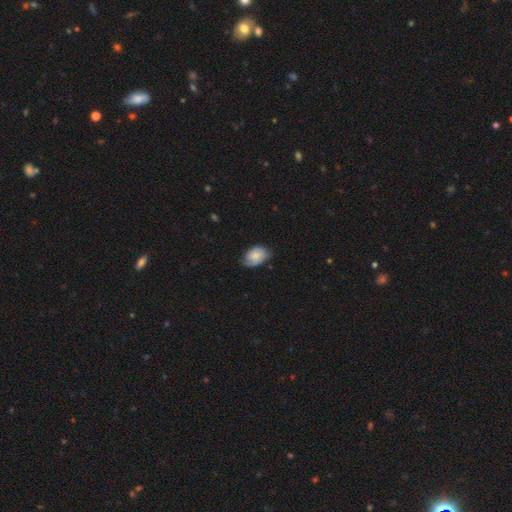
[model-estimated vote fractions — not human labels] Smooth or featured? smooth (69%)
How rounded? in between (86%)
Merging? none (57%)